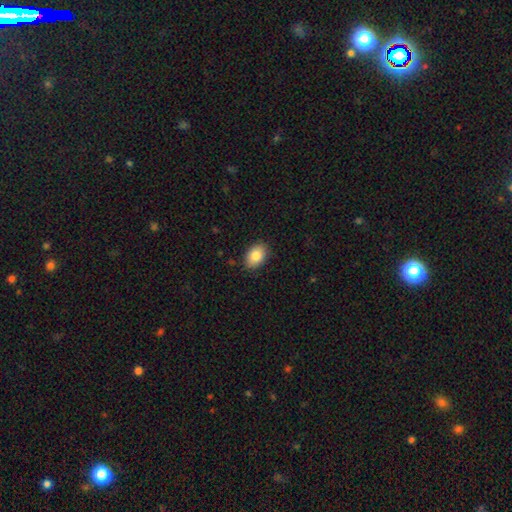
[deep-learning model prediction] Overall: smooth (85%). How rounded: in between (85%). Merging: none (87%).